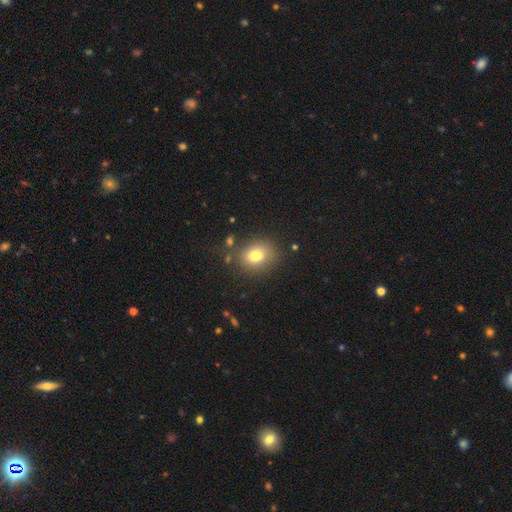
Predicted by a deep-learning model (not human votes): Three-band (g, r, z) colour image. It shows a smooth galaxy with no disk features (79%) that is in between round and cigar-shaped (51%). Merging: none (75%).